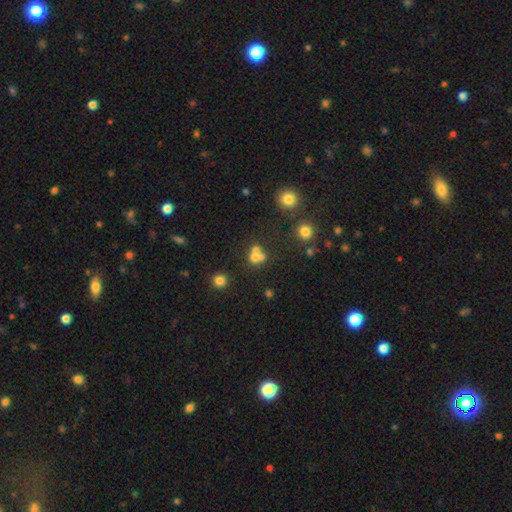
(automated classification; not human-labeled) Q: Smooth or featured?
A: smooth (61%); runner-up: featured or disk (20%)
Q: How rounded?
A: round (79%); runner-up: in between (20%)
Q: Merging?
A: merger (52%); runner-up: none (36%)